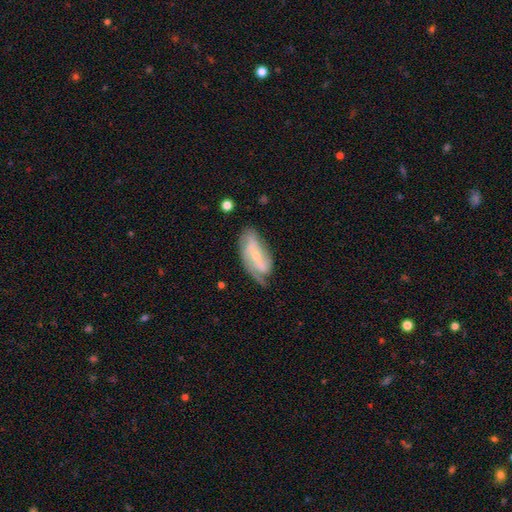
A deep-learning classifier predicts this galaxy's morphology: This is likely a featured or disk galaxy (74%). It is clearly not viewed edge-on (93%). Bar: possibly no (45%). Spiral arm pattern: clearly yes (90%). Spiral arm count: possibly 2 (46%). Spiral winding: marginally medium (41%). Central bulge: likely small (65%). Merging: possibly none (56%).